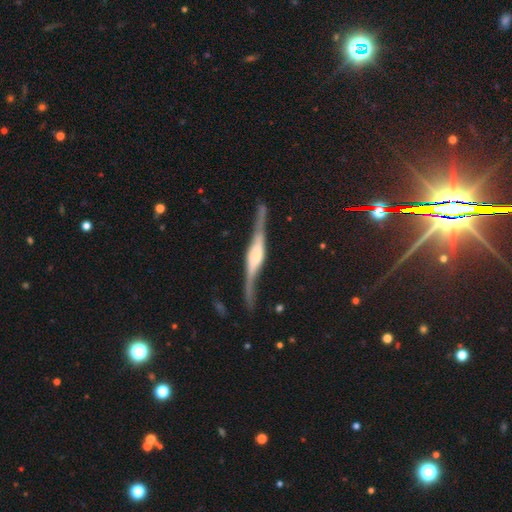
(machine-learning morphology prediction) Smooth or featured?
  - featured or disk: 84% *
  - smooth: 12%
  - star or artifact: 5%
Edge-on disk?
  - yes: 92% *
  - no: 8%
Edge-on bulge?
  - rounded: 52% *
  - boxy: 40%
  - none: 7%
Merging?
  - none: 72% *
  - minor disturbance: 18%
  - major disturbance: 7%
  - merger: 3%